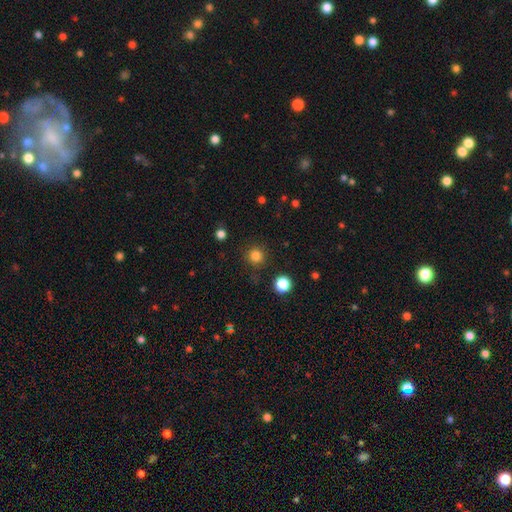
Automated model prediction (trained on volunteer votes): Q: Smooth or featured?
A: smooth (82%); runner-up: star or artifact (14%)
Q: How rounded?
A: round (95%); runner-up: in between (4%)
Q: Merging?
A: none (87%); runner-up: minor disturbance (7%)